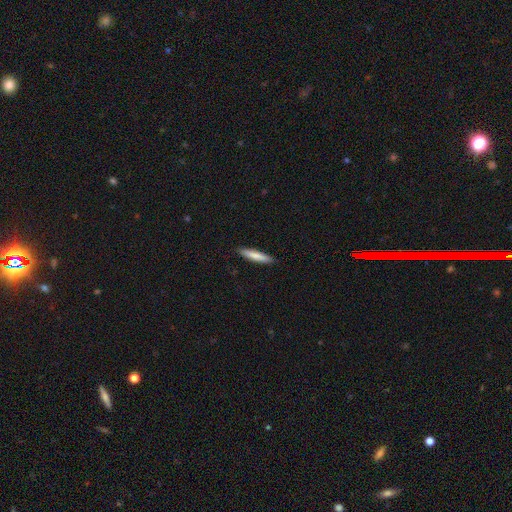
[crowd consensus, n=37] Overall: smooth (73%). How rounded: cigar-shaped (93%). Merging: none (89%).